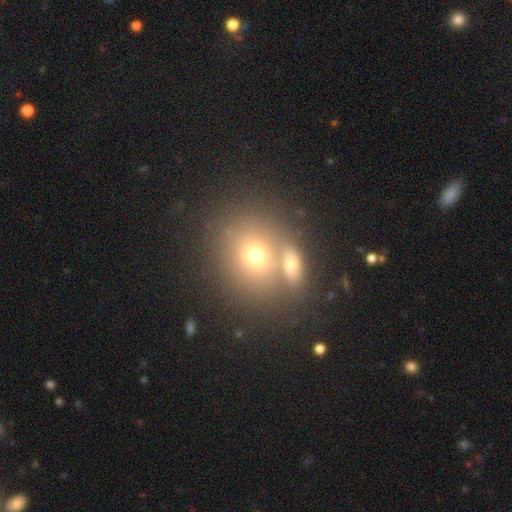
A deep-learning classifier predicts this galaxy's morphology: This appears to be a smooth galaxy with no disk features (68%) that is round (68%). Merging: none (48%).